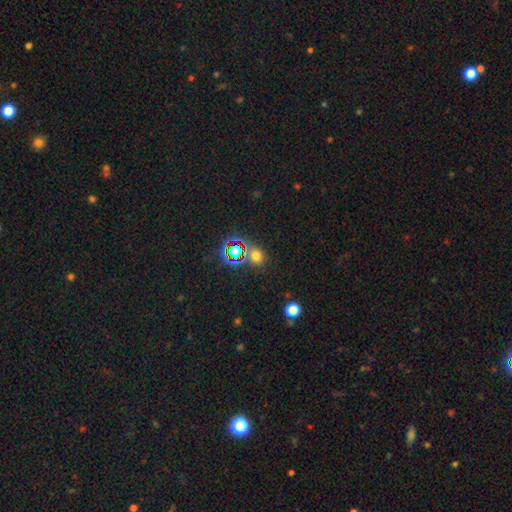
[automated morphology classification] Q: Smooth or featured?
A: smooth (59%); runner-up: star or artifact (34%)
Q: How rounded?
A: round (72%); runner-up: in between (27%)
Q: Merging?
A: none (76%); runner-up: minor disturbance (10%)